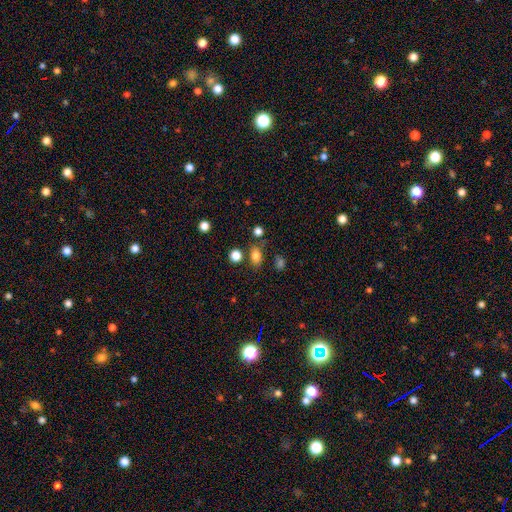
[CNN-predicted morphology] Smooth or featured? smooth (79%)
How rounded? in between (71%)
Merging? none (72%)